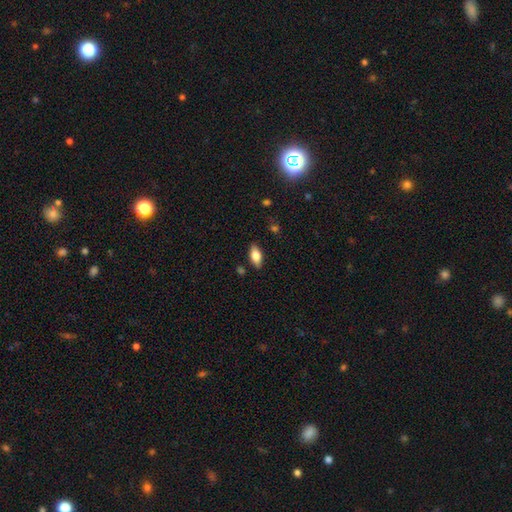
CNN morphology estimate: A smooth galaxy with no disk features (74%) that is in between round and cigar-shaped (87%).

Vote fractions:
- Smooth or featured? smooth: 74% / featured or disk: 19% / star or artifact: 7%
- How rounded? in between: 87% / cigar-shaped: 10% / round: 3%
- Merging? none: 86% / minor disturbance: 10% / major disturbance: 2% / merger: 2%